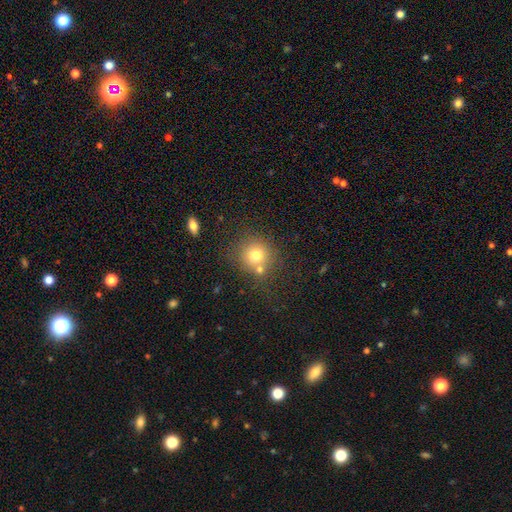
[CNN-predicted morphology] A smooth galaxy with no disk features (74%) that is round (89%). Merging: none (62%).